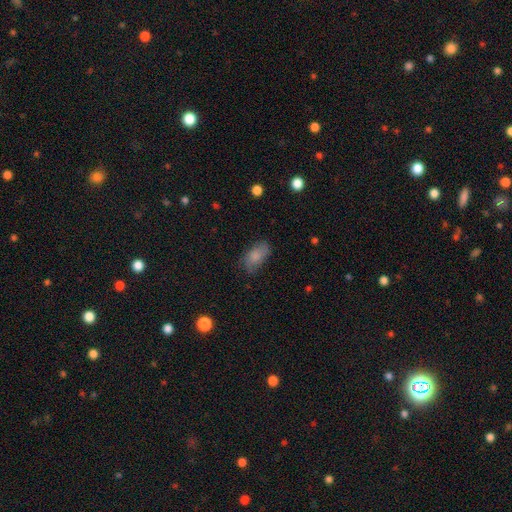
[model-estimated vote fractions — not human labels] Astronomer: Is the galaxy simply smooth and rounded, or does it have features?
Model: smooth — 81%.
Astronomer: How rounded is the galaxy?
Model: in between — 92%.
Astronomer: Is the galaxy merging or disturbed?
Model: none — 71%.